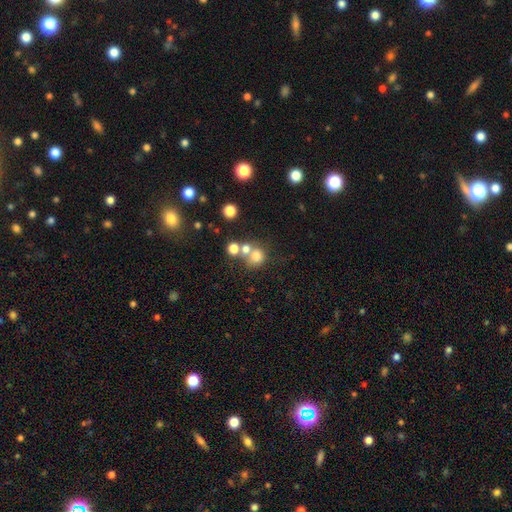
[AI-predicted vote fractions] Smooth or featured? Predicted: smooth (p=0.72). How rounded? Predicted: round (p=0.82). Merging? Predicted: none (p=0.44).